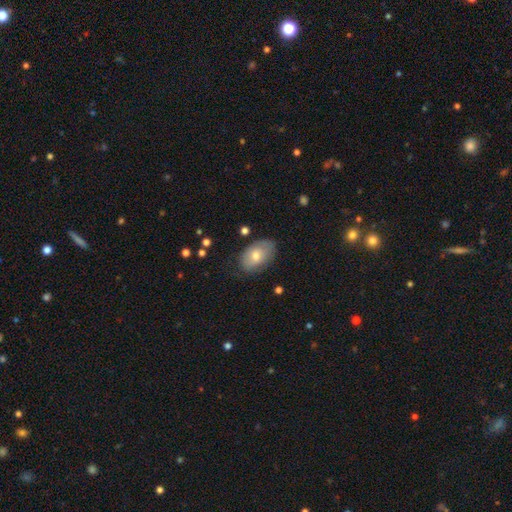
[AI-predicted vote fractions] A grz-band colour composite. It shows a smooth galaxy with no disk features (70%) that is in between round and cigar-shaped (90%). Merging: none (72%).